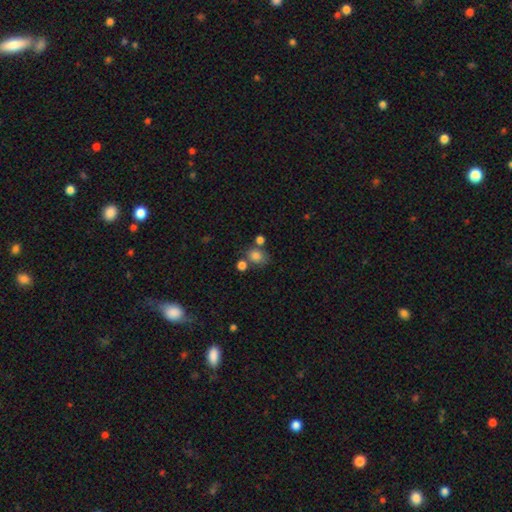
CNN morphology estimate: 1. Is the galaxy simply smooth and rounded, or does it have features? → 80% smooth, 12% star or artifact, 7% featured or disk.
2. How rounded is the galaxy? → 57% round, 42% in between, 1% cigar-shaped.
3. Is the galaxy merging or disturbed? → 53% none, 24% merger, 15% minor disturbance, 7% major disturbance.